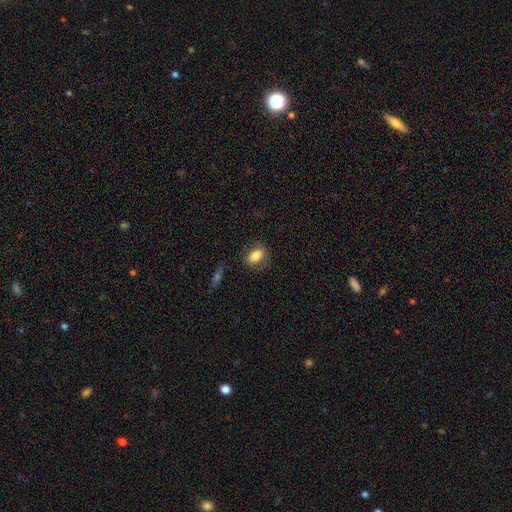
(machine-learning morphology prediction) A smooth galaxy with no disk features (78%) that is in between round and cigar-shaped (82%).

Vote fractions:
- Smooth or featured? smooth: 78% / featured or disk: 14% / star or artifact: 8%
- How rounded? in between: 82% / round: 16% / cigar-shaped: 2%
- Merging? none: 76% / minor disturbance: 15% / major disturbance: 7% / merger: 2%